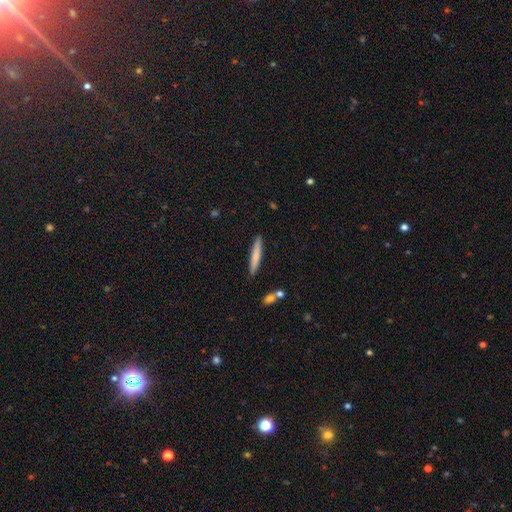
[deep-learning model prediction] Q: Smooth or featured?
A: smooth (72%); runner-up: featured or disk (22%)
Q: How rounded?
A: cigar-shaped (95%); runner-up: in between (4%)
Q: Merging?
A: none (89%); runner-up: minor disturbance (7%)